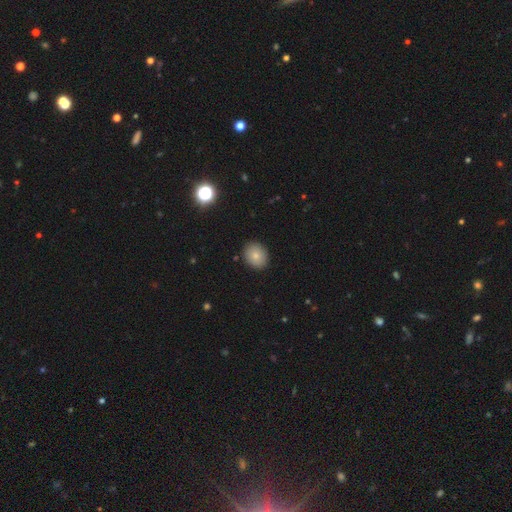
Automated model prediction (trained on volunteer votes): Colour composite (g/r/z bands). It shows a smooth galaxy with no disk features (80%) that is round (57%). Merging: none (90%).